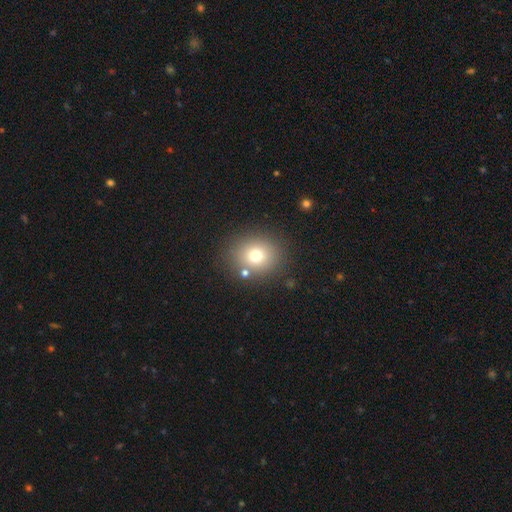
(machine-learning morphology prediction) Smooth or featured: smooth — 73% (star or artifact — 15%)
How rounded: round — 76% (in between — 23%)
Merging: none — 81% (minor disturbance — 9%)